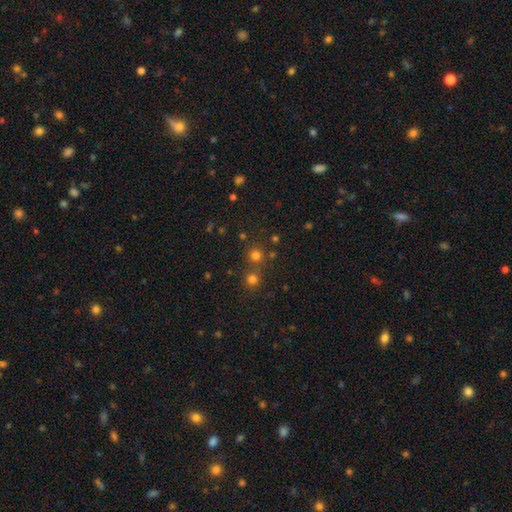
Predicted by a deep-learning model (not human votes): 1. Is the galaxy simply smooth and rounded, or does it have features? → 72% smooth, 22% star or artifact, 6% featured or disk.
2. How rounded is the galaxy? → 92% round, 7% in between, 1% cigar-shaped.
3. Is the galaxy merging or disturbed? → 70% none, 21% merger, 6% minor disturbance, 3% major disturbance.